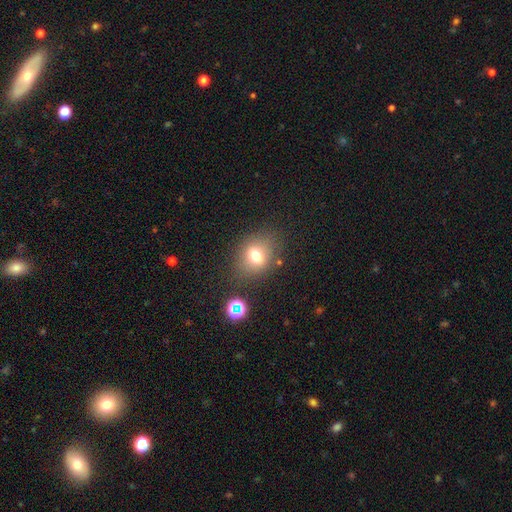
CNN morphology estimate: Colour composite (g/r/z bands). It shows a smooth galaxy with no disk features (72%) that is round (53%). Merging: none (75%).